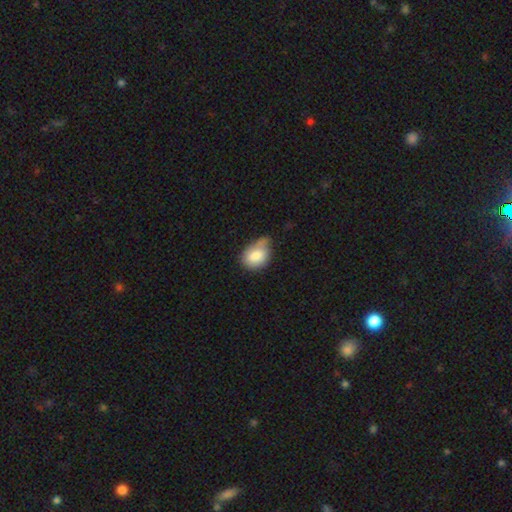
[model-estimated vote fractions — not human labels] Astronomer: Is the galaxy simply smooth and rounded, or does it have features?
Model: smooth — 80%.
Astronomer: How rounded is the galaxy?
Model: in between — 72%.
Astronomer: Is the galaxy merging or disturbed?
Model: minor disturbance — 47% (runner-up: none, 31%).